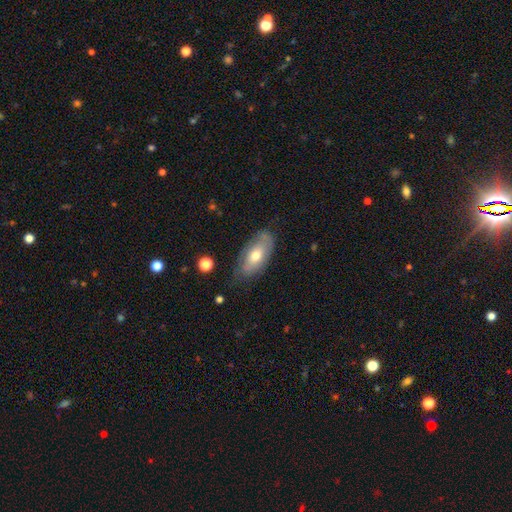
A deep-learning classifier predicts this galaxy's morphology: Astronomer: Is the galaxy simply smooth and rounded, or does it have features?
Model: smooth — 56% (runner-up: featured or disk, 38%).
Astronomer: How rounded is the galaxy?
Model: in between — 90%.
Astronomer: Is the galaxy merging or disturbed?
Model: none — 66%.